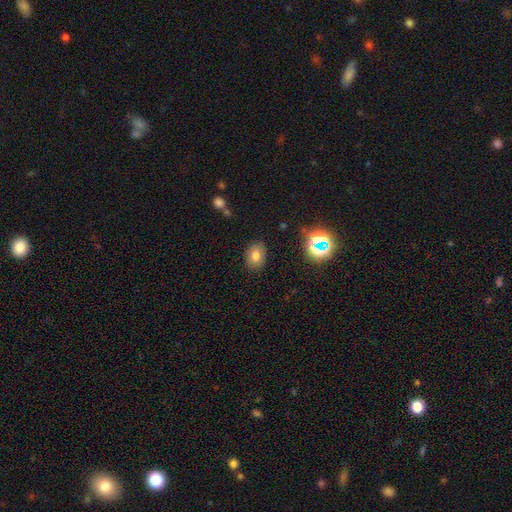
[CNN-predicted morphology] smooth-or-featured: smooth: 72% | star or artifact: 16% | featured or disk: 12%
  how-rounded: in between: 64% | round: 35% | cigar-shaped: 1%
  merging: none: 85% | minor disturbance: 10% | major disturbance: 3% | merger: 2%